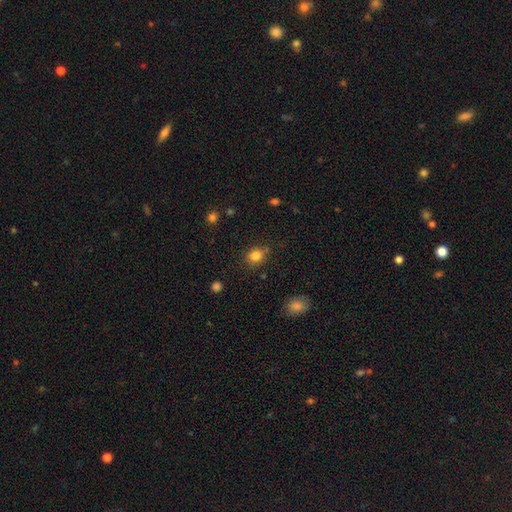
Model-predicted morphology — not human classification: Smooth or featured: smooth — 83% (star or artifact — 12%)
How rounded: round — 69% (in between — 30%)
Merging: none — 77% (minor disturbance — 15%)